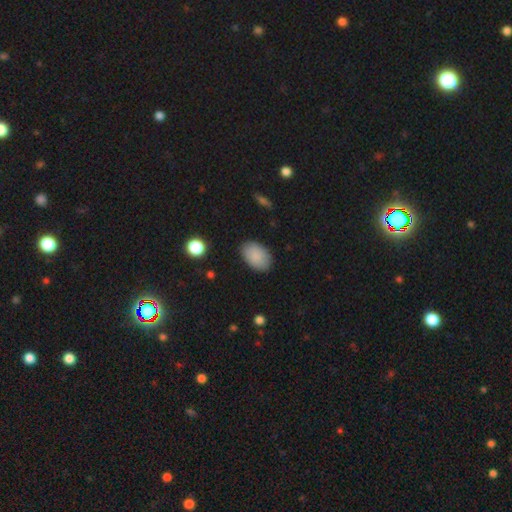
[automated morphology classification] Q: Smooth or featured?
A: smooth (88%); runner-up: star or artifact (7%)
Q: How rounded?
A: in between (90%); runner-up: round (9%)
Q: Merging?
A: none (85%); runner-up: minor disturbance (11%)